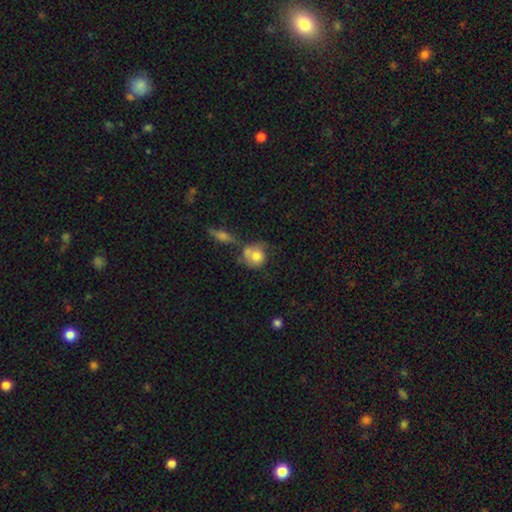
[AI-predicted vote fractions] Smooth or featured: smooth — 72% (featured or disk — 20%)
How rounded: round — 79% (in between — 19%)
Merging: none — 39% (merger — 31%)